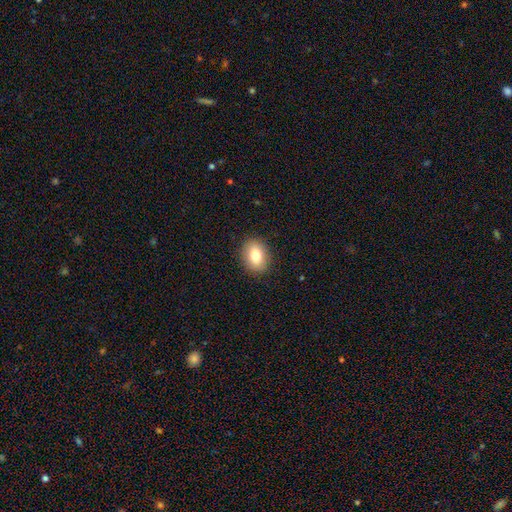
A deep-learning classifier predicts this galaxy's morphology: type=smooth (81%); roundness=in between (66%); merging=none (89%).